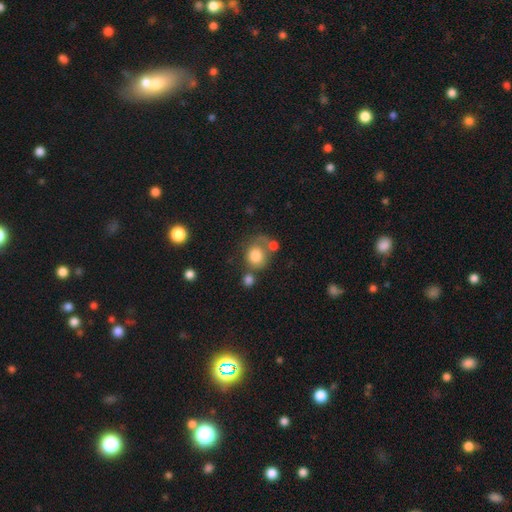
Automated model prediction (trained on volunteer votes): A smooth galaxy with no disk features (78%) that is round (75%). Merging: none (41%).